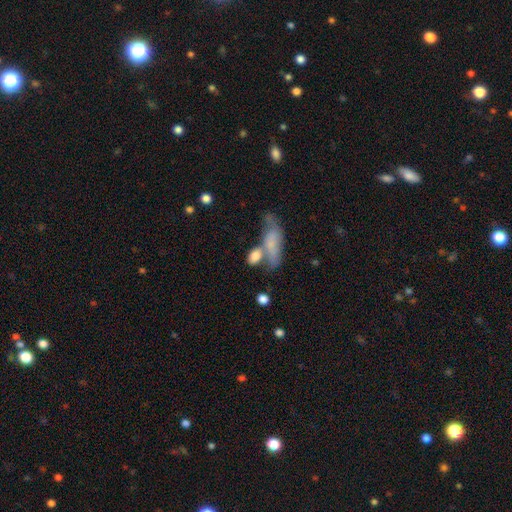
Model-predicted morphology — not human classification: Smooth or featured?
  - smooth: 76% *
  - featured or disk: 16%
  - star or artifact: 8%
How rounded?
  - in between: 74% *
  - round: 16%
  - cigar-shaped: 10%
Merging?
  - merger: 43% *
  - none: 33%
  - minor disturbance: 14%
  - major disturbance: 9%